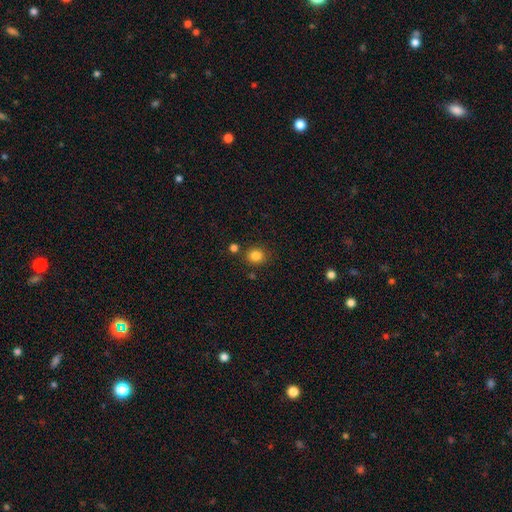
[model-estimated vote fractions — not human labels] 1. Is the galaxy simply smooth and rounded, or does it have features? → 83% smooth, 12% star or artifact, 5% featured or disk.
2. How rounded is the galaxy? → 79% round, 20% in between, 1% cigar-shaped.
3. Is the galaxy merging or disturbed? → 83% none, 9% minor disturbance, 6% merger, 3% major disturbance.